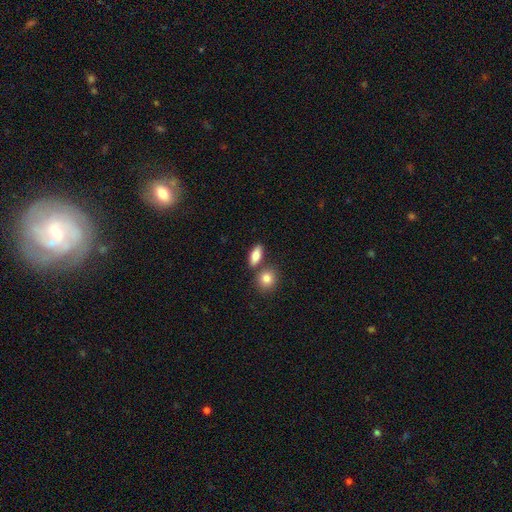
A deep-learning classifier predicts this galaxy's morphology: Smooth or featured?
  - smooth: 83% *
  - featured or disk: 9%
  - star or artifact: 7%
How rounded?
  - in between: 75% *
  - cigar-shaped: 14%
  - round: 10%
Merging?
  - none: 70% *
  - merger: 16%
  - minor disturbance: 11%
  - major disturbance: 3%